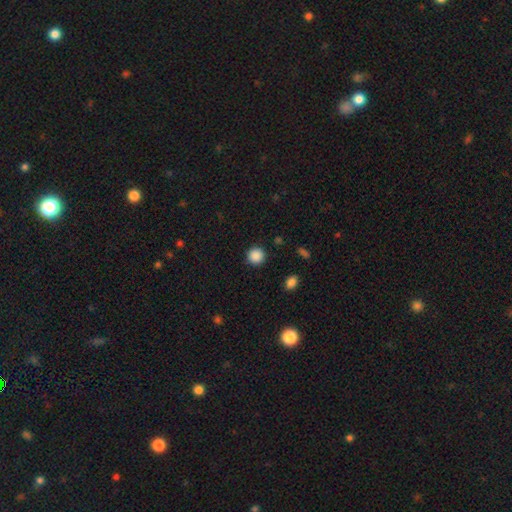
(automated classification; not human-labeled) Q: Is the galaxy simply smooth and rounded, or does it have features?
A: smooth — 87%.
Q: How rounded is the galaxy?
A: round — 93%.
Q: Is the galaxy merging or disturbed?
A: none — 91%.